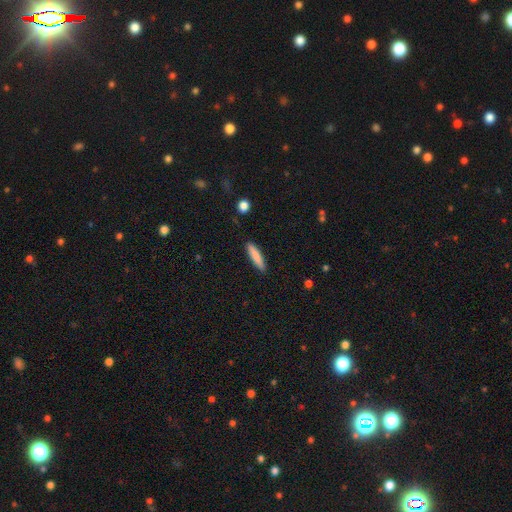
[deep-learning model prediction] Smooth or featured? smooth (82%)
How rounded? cigar-shaped (85%)
Merging? none (88%)